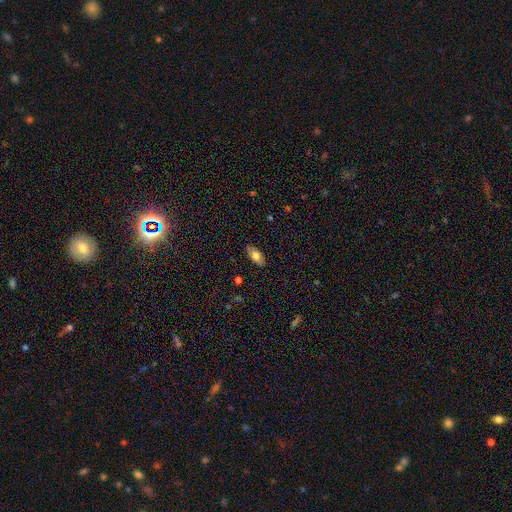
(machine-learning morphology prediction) Smooth or featured: smooth — 76% (featured or disk — 17%)
How rounded: in between — 89% (cigar-shaped — 8%)
Merging: none — 87% (minor disturbance — 10%)